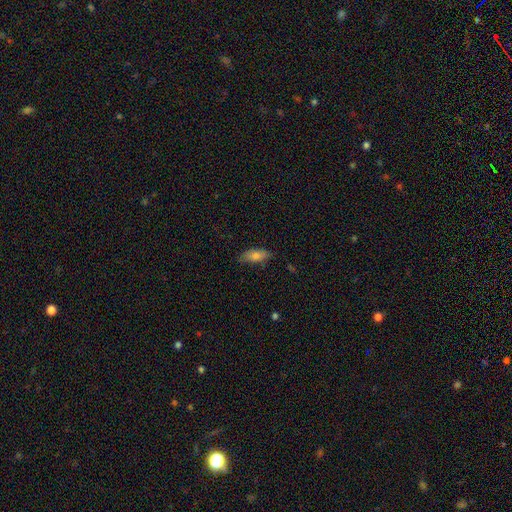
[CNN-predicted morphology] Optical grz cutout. It shows a smooth galaxy with no disk features (75%) that is in between round and cigar-shaped (80%). Merging: none (76%).